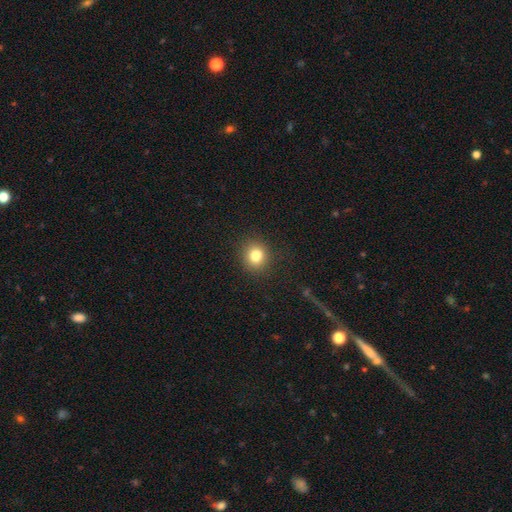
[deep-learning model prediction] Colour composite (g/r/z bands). It shows a smooth galaxy with no disk features (82%) that is round (81%). Merging: none (88%).